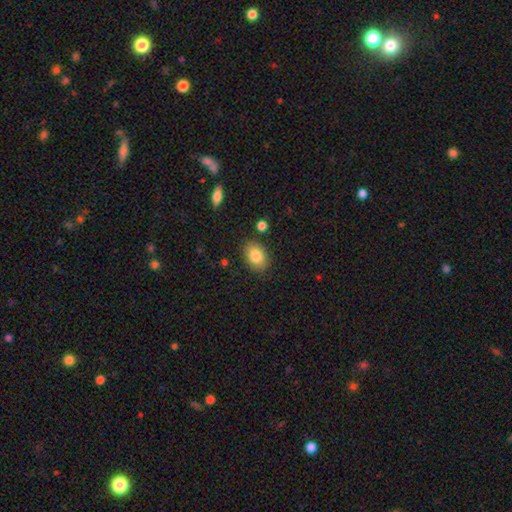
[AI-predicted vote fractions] Smooth or featured?
  - smooth: 84% *
  - featured or disk: 8%
  - star or artifact: 8%
How rounded?
  - in between: 80% *
  - round: 19%
  - cigar-shaped: 1%
Merging?
  - none: 83% *
  - minor disturbance: 11%
  - major disturbance: 3%
  - merger: 3%